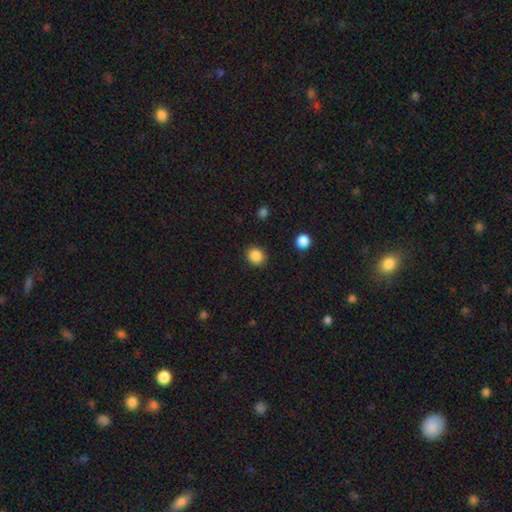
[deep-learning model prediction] smooth 87%, star or artifact 10%, featured or disk 3%. Down the decision tree: how rounded — round (81%); merging — none (90%).